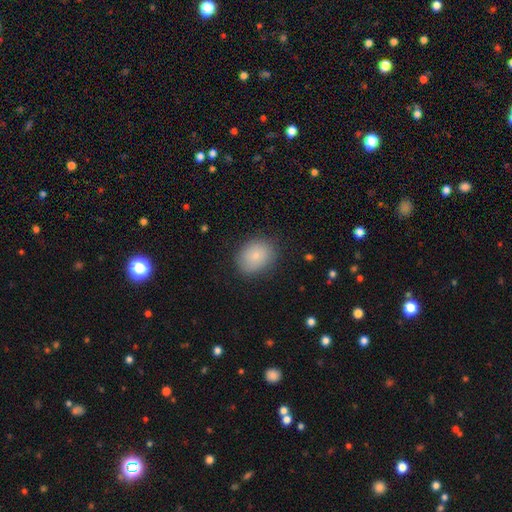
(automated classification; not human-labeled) This appears to be a smooth galaxy with no disk features (80%) that is in between round and cigar-shaped (55%). Merging: none (83%).